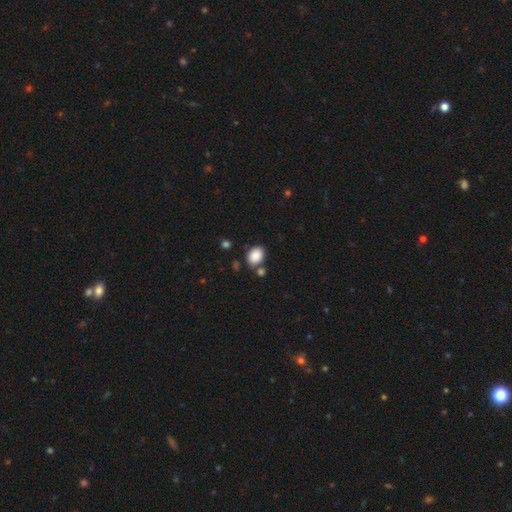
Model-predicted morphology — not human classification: Smooth or featured? Predicted: smooth (p=0.87). How rounded? Predicted: in between (p=0.68). Merging? Predicted: none (p=0.71).